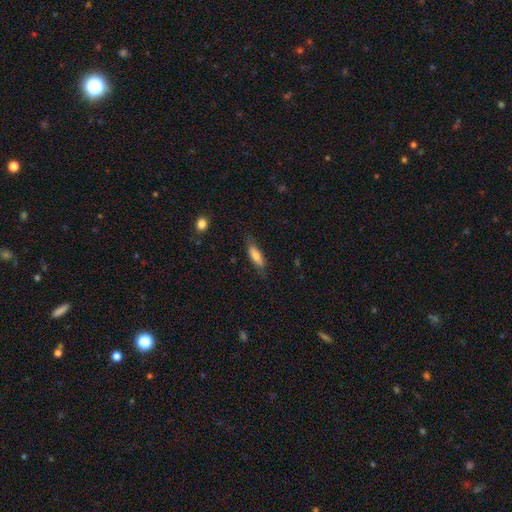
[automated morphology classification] Q: Smooth or featured?
A: smooth (69%); runner-up: featured or disk (25%)
Q: How rounded?
A: in between (52%); runner-up: cigar-shaped (46%)
Q: Merging?
A: none (72%); runner-up: minor disturbance (21%)